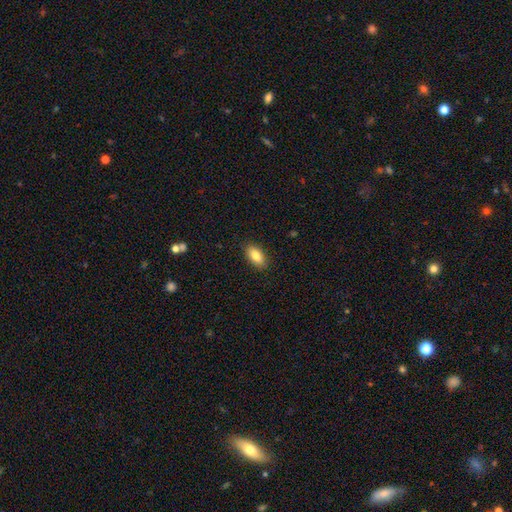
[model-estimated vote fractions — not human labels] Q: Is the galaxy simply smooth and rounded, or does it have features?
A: smooth — 83%.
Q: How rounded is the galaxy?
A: in between — 90%.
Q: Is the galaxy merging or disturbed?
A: none — 89%.